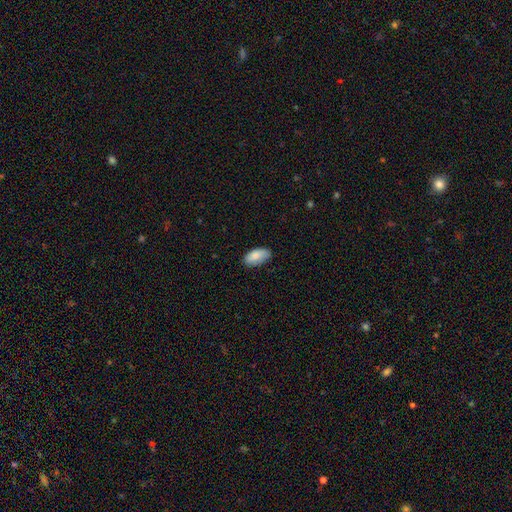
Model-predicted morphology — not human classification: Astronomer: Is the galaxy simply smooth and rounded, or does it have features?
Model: smooth — 84%.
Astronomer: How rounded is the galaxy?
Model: in between — 94%.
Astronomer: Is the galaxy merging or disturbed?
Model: none — 79%.